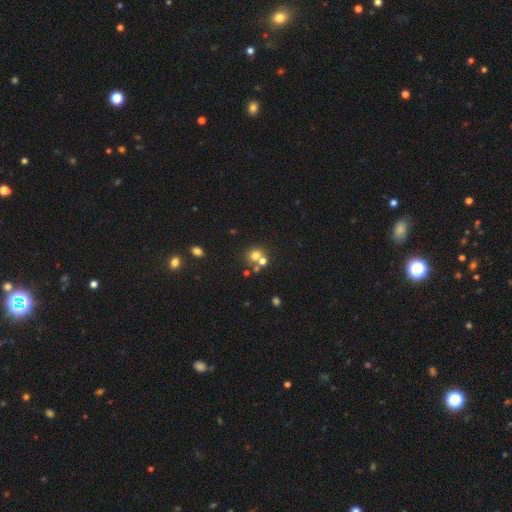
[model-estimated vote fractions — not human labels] smooth 67%, star or artifact 18%, featured or disk 15%. Down the decision tree: how rounded — round (78%); merging — none (50%).